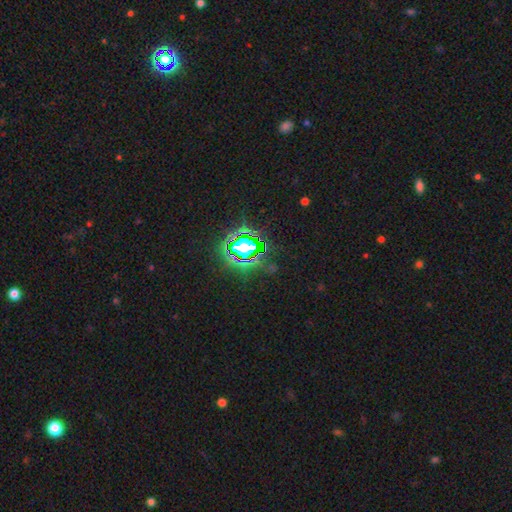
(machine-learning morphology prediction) smooth-or-featured: star or artifact: 80% | smooth: 12% | featured or disk: 8%